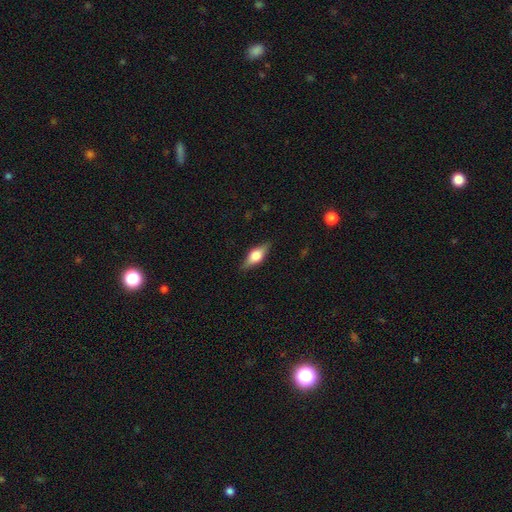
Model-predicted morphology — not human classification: smooth-or-featured: featured or disk: 47% | smooth: 46% | star or artifact: 7%
  merging: none: 85% | minor disturbance: 11% | major disturbance: 2% | merger: 1%